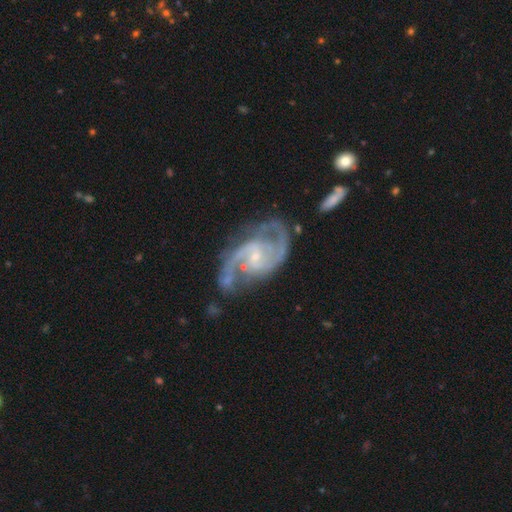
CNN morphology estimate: type=featured or disk (92%); edge-on=no (98%); bar=no (44%); spiral arms=yes (98%); winding=medium (60%); arm count=2 (88%); bulge=small (76%); merging=none (66%).